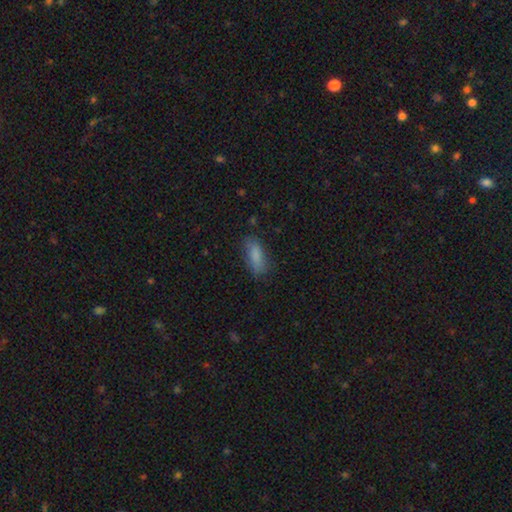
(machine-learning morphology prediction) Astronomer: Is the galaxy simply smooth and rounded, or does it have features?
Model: smooth — 84%.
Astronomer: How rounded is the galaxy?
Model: in between — 69%.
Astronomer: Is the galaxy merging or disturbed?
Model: none — 74%.